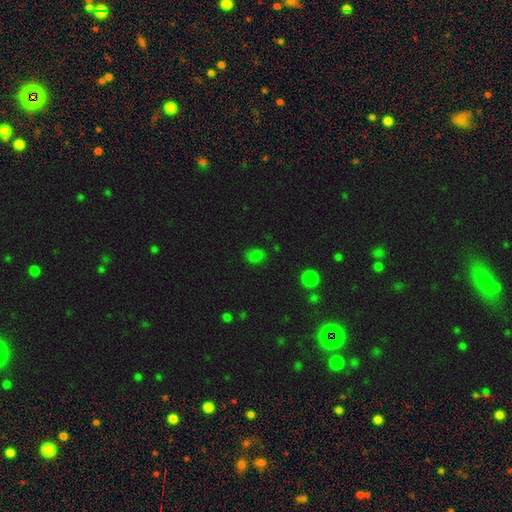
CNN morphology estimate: Smooth or featured? Predicted: smooth (p=0.74). How rounded? Predicted: in between (p=0.53). Merging? Predicted: none (p=0.77).